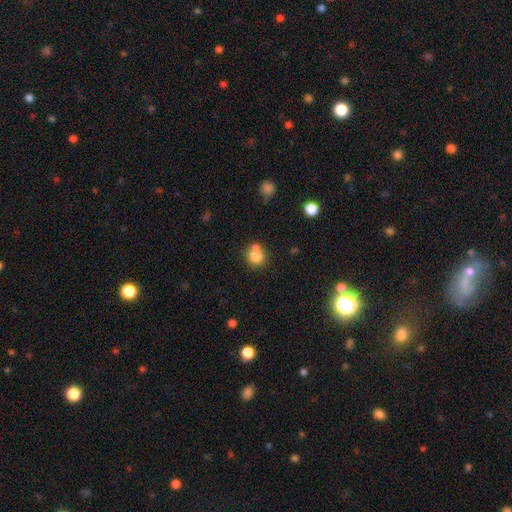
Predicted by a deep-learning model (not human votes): This is likely a smooth galaxy (79%). How rounded: clearly round (84%). Merging: possibly none (50%).